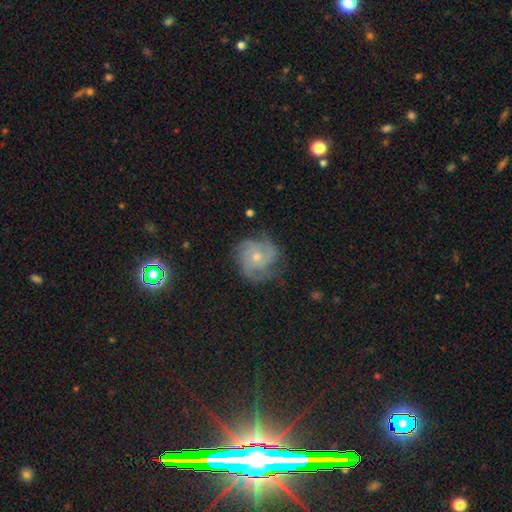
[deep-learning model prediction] smooth-or-featured: featured or disk: 74% | smooth: 16% | star or artifact: 9%
  disk-edge-on: no: 98% | yes: 2%
    bar: no: 81% | weak: 16% | strong: 3%
    has-spiral-arms: yes: 93% | no: 7%
      spiral-winding: tight: 50% | medium: 39% | loose: 11%
      spiral-arm-count: 3: 35% | can't tell: 24% | 4: 16% | 2: 13% | more than 4: 6% | 1: 6%
    bulge-size: small: 57% | moderate: 39% | none: 2% | large: 1% | dominant: 1%
  merging: none: 71% | minor disturbance: 20% | major disturbance: 8% | merger: 1%